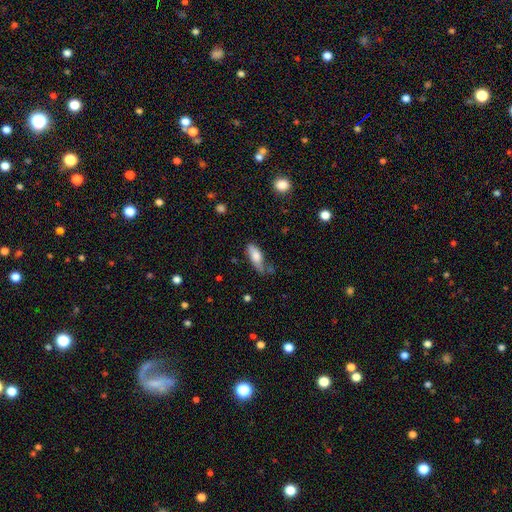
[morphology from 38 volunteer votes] Smooth or featured? smooth (76%)
How rounded? in between (69%)
Merging? minor disturbance (33%)